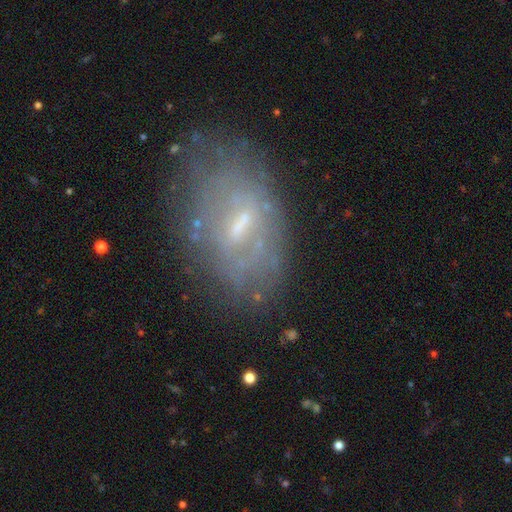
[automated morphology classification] Smooth or featured? featured or disk (65%)
Edge-on disk? no (92%)
Bar? weak (53%)
Spiral arms? no (62%)
Bulge size? small (53%)
Merging? none (65%)